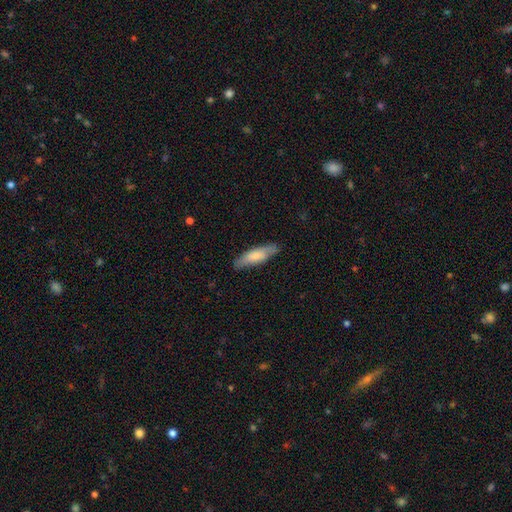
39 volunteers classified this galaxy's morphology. smooth 74%, featured or disk 21%, star or artifact 5%. Down the decision tree: how rounded — cigar-shaped (62%); merging — none (89%).